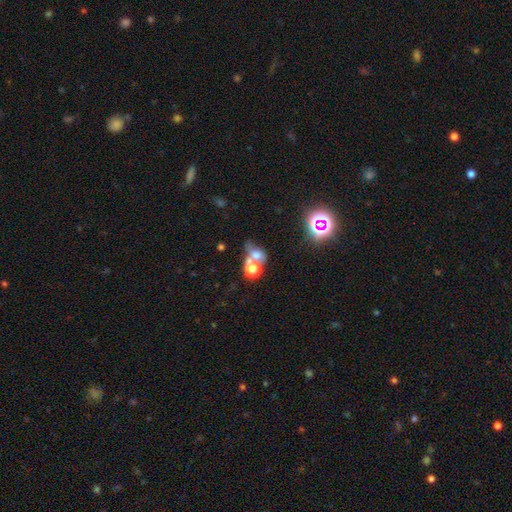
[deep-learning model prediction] This is possibly a smooth galaxy (58%). How rounded: possibly in between (52%). Merging: possibly merger (57%).